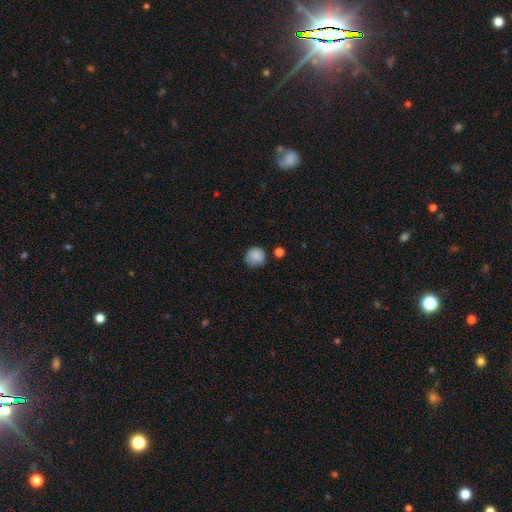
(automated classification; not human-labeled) Smooth or featured? smooth (85%)
How rounded? round (88%)
Merging? none (68%)